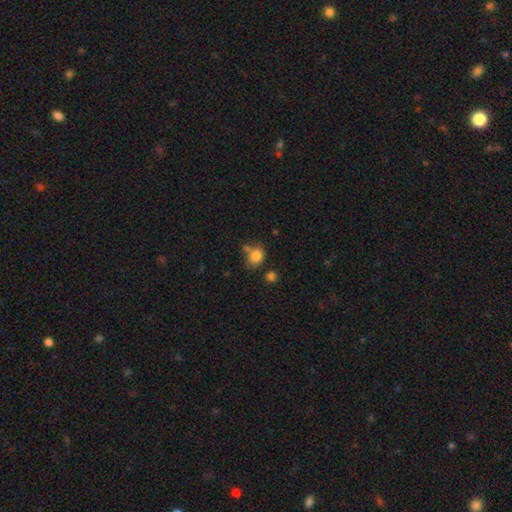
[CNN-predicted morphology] type=smooth (82%); roundness=round (51%); merging=none (51%).